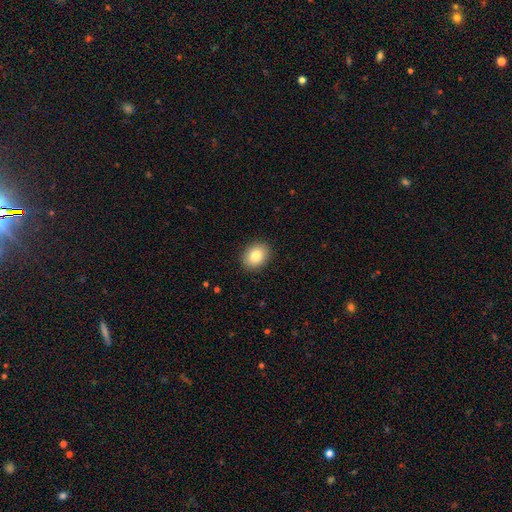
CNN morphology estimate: smooth 83%, star or artifact 8%, featured or disk 8%. Down the decision tree: how rounded — in between (53%); merging — none (90%).